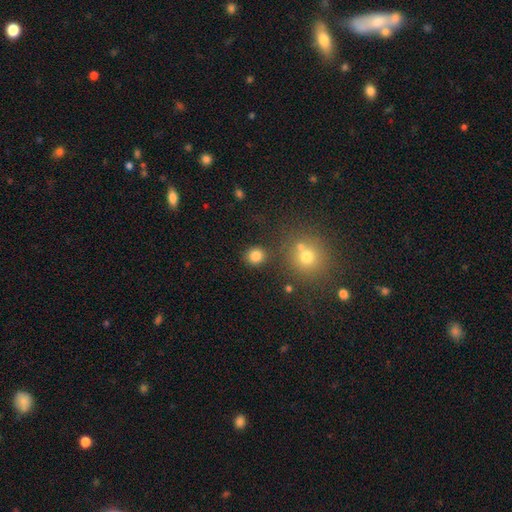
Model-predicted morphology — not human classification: This is clearly a smooth galaxy (82%). How rounded: clearly round (89%). Merging: clearly none (83%).